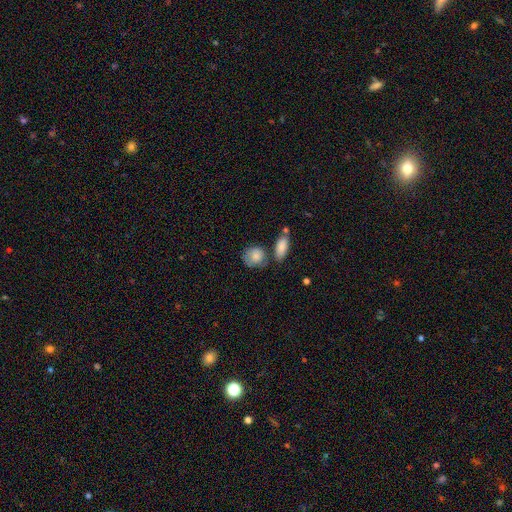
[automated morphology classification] Smooth or featured? smooth (81%)
How rounded? round (62%)
Merging? none (51%)